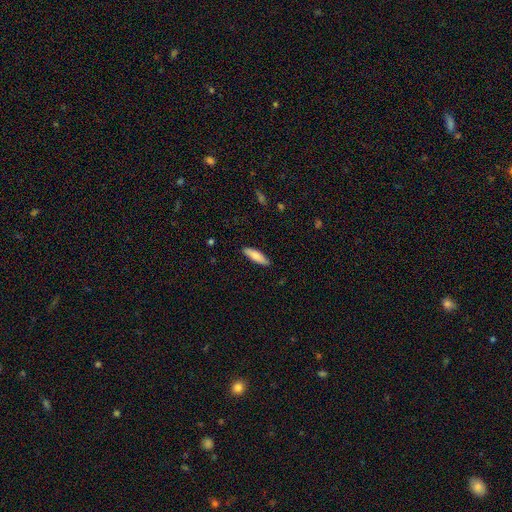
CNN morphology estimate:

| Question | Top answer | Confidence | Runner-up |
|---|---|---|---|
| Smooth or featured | smooth | 81% | featured or disk (14%) |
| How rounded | cigar-shaped | 56% | in between (42%) |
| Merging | none | 88% | minor disturbance (9%) |